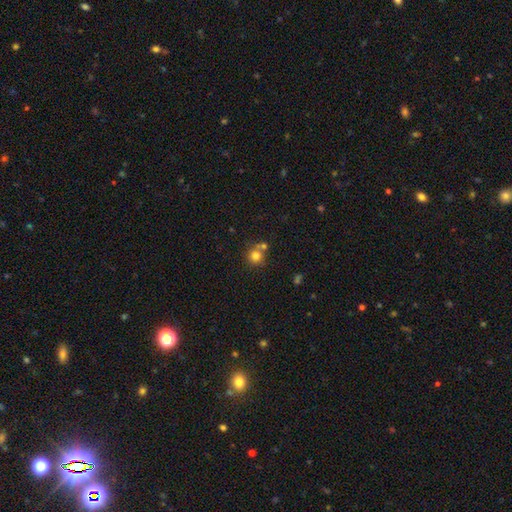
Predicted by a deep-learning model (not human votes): Morphology: type=smooth (79%); roundness=round (91%); merging=none (58%).